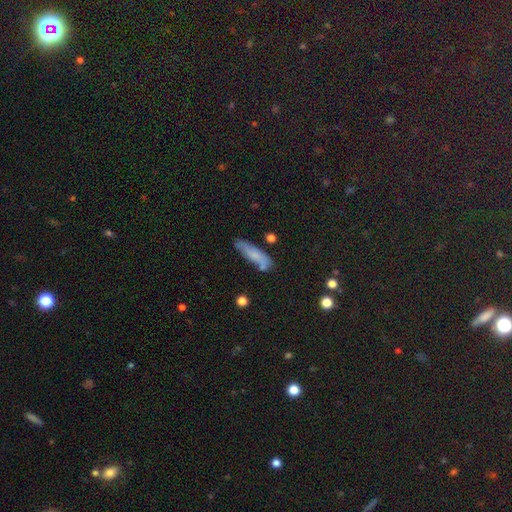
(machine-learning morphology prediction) Smooth or featured? smooth (70%)
How rounded? cigar-shaped (63%)
Merging? none (67%)